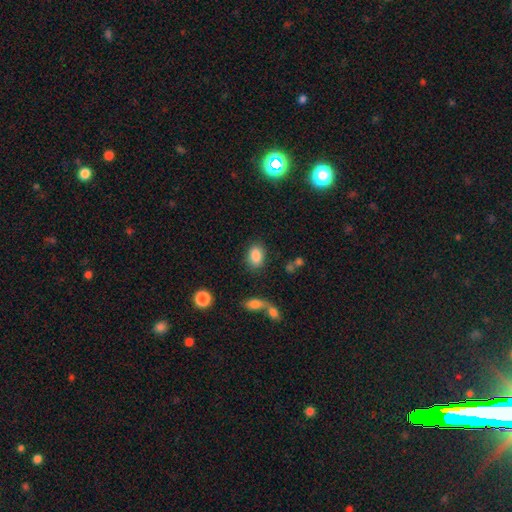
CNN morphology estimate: smooth-or-featured: smooth: 86% | star or artifact: 8% | featured or disk: 6%
  how-rounded: in between: 79% | round: 19% | cigar-shaped: 1%
  merging: none: 80% | minor disturbance: 11% | merger: 5% | major disturbance: 4%